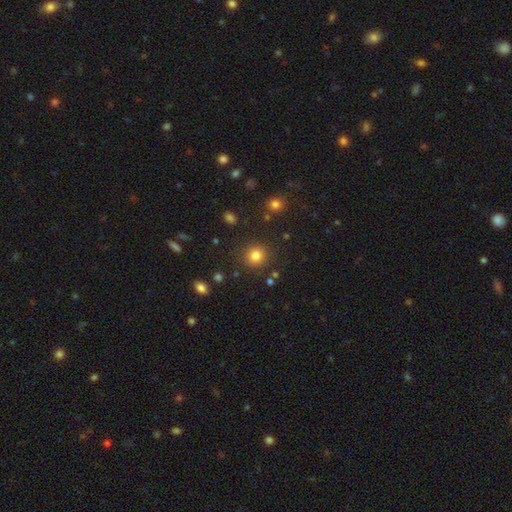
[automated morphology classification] smooth-or-featured: smooth: 81% | star or artifact: 13% | featured or disk: 6%
  how-rounded: round: 90% | in between: 9% | cigar-shaped: 1%
  merging: none: 88% | minor disturbance: 7% | major disturbance: 3% | merger: 2%